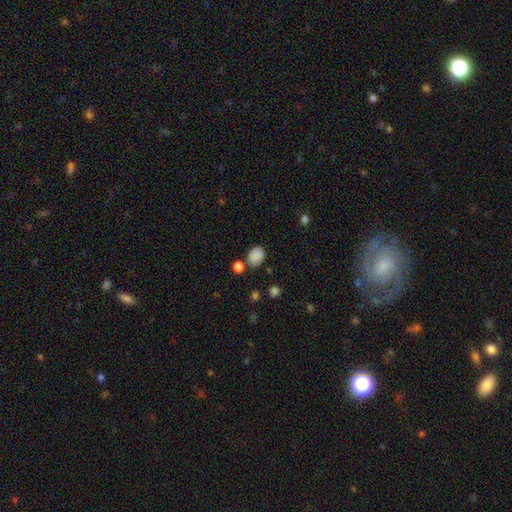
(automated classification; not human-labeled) A smooth galaxy with no disk features (86%) that is in between round and cigar-shaped (61%). Merging: none (73%).